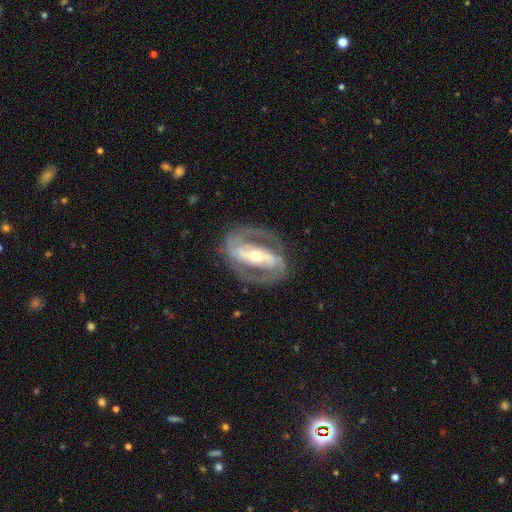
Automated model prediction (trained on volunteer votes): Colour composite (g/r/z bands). It shows a featured or disk galaxy (90%) with a strong bar (66%), 2 (91%) medium (50%) spiral arms (94%) and a moderate central bulge (53%). Merging: none (82%).